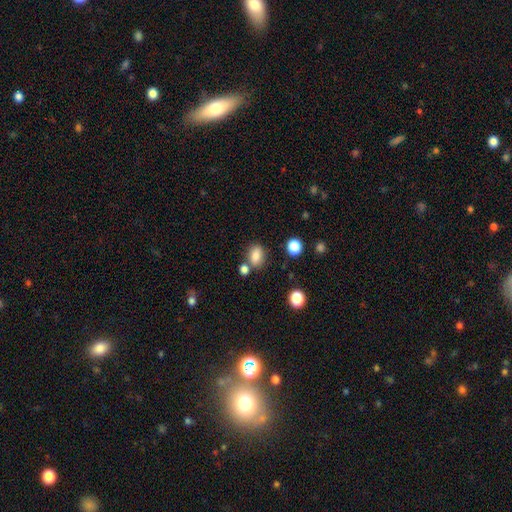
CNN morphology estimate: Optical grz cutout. It shows a smooth galaxy with no disk features (82%) that is in between round and cigar-shaped (70%). Merging: none (68%).